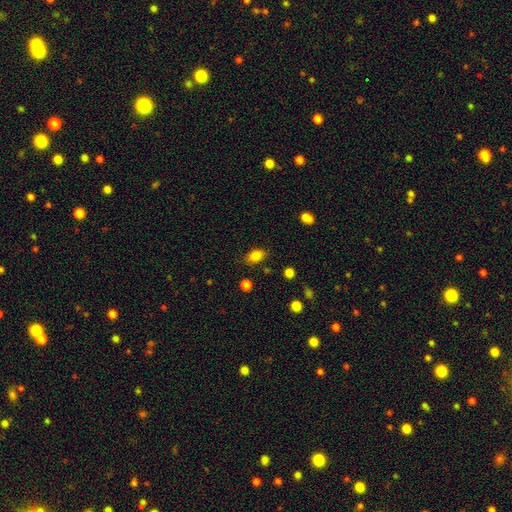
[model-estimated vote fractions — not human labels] smooth-or-featured: smooth: 83% | star or artifact: 10% | featured or disk: 7%
  how-rounded: in between: 80% | round: 18% | cigar-shaped: 2%
  merging: none: 80% | minor disturbance: 14% | major disturbance: 4% | merger: 2%